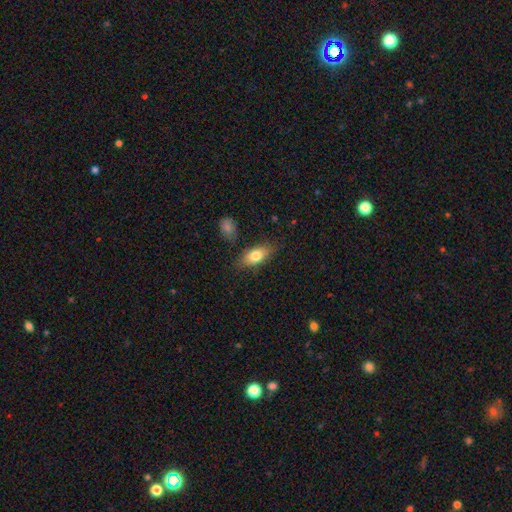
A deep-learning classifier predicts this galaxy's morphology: A smooth galaxy with no disk features (77%) that is in between round and cigar-shaped (84%).

Vote fractions:
- Smooth or featured? smooth: 77% / featured or disk: 16% / star or artifact: 7%
- How rounded? in between: 84% / cigar-shaped: 11% / round: 4%
- Merging? none: 78% / minor disturbance: 15% / major disturbance: 3% / merger: 3%